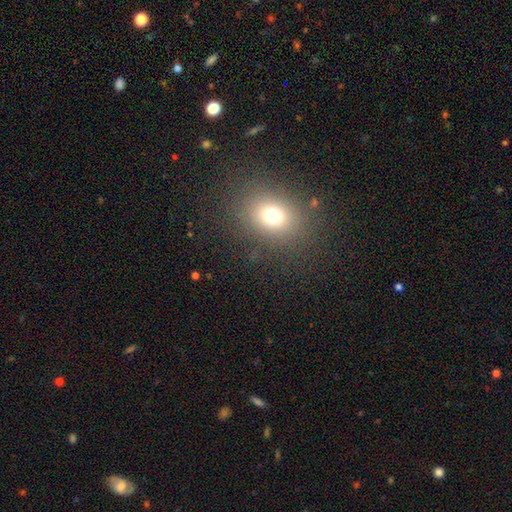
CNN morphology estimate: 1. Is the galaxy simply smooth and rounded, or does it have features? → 68% smooth, 24% star or artifact, 8% featured or disk.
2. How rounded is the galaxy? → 49% in between (tied), 49% round (tied), 2% cigar-shaped.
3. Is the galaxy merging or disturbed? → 89% none, 7% minor disturbance, 3% major disturbance, 1% merger.